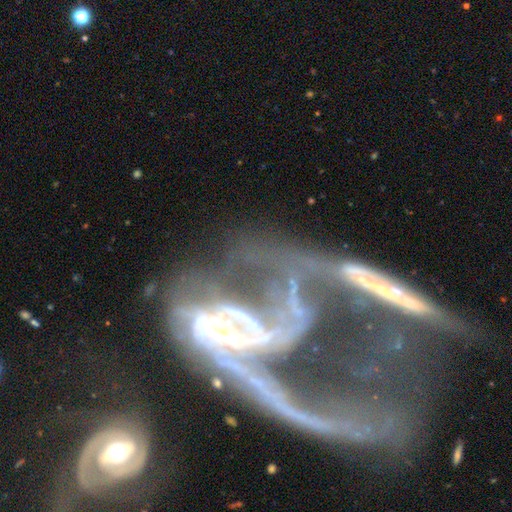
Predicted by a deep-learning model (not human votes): Q: Smooth or featured?
A: featured or disk (75%); runner-up: star or artifact (15%)
Q: Edge-on disk?
A: no (92%); runner-up: yes (8%)
Q: Bar?
A: no (53%); runner-up: weak (25%)
Q: Spiral arms?
A: yes (68%); runner-up: no (32%)
Q: Bulge size?
A: small (34%); runner-up: none (29%)
Q: Merging?
A: merger (45%); runner-up: major disturbance (36%)